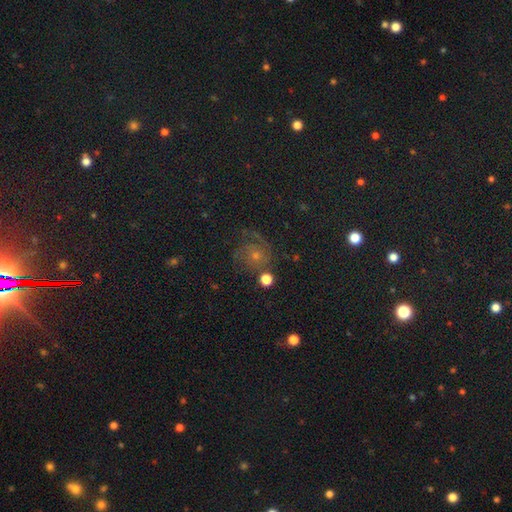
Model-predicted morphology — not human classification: Q: Smooth or featured?
A: featured or disk (45%); runner-up: smooth (36%)
Q: Merging?
A: none (59%); runner-up: minor disturbance (19%)